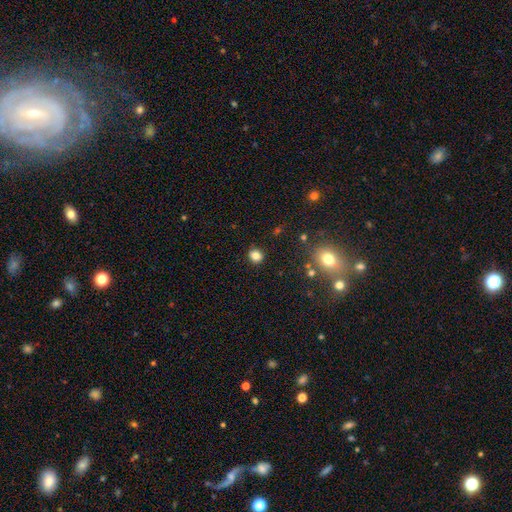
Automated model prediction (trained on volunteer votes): Morphology: type=smooth (82%); roundness=round (79%); merging=none (88%).